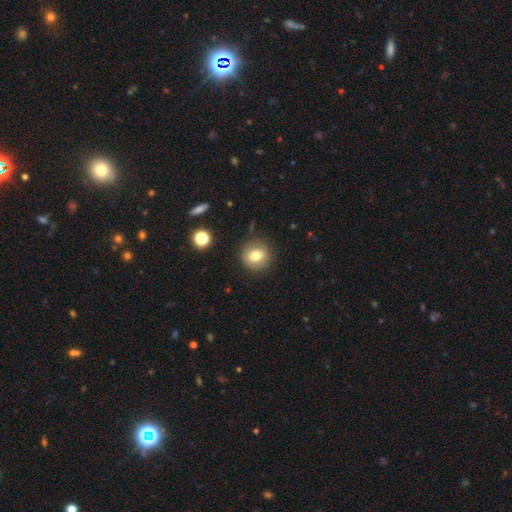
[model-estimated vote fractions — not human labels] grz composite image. It shows a smooth galaxy with no disk features (76%) that is round (87%). Merging: none (85%).